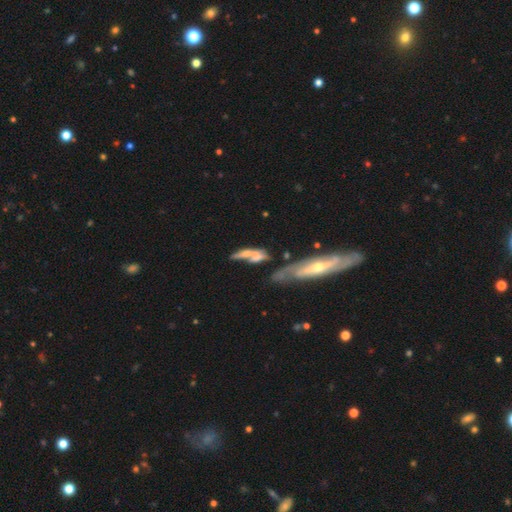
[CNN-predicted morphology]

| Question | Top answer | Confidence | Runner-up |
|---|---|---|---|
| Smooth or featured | featured or disk | 53% | smooth (37%) |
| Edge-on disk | no | 64% | yes (36%) |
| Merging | merger | 51% | none (19%) |